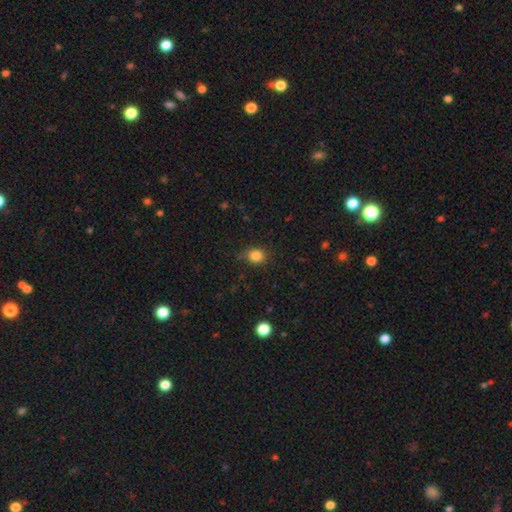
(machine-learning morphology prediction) Smooth or featured? smooth (84%)
How rounded? round (72%)
Merging? none (78%)